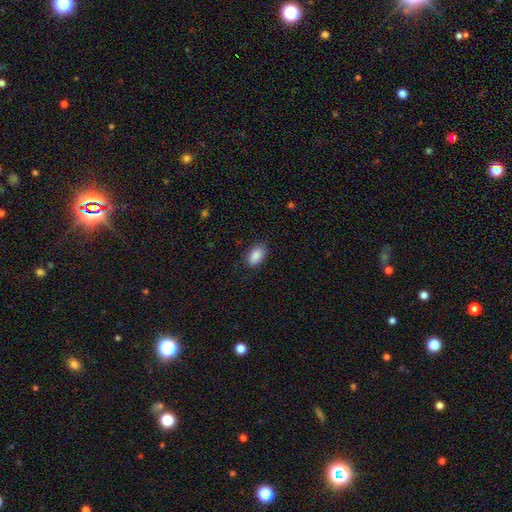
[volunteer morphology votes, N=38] Smooth or featured: smooth — 92% (star or artifact — 5%)
How rounded: in between — 97% (round — 3%)
Merging: none — 86% (minor disturbance — 14%)